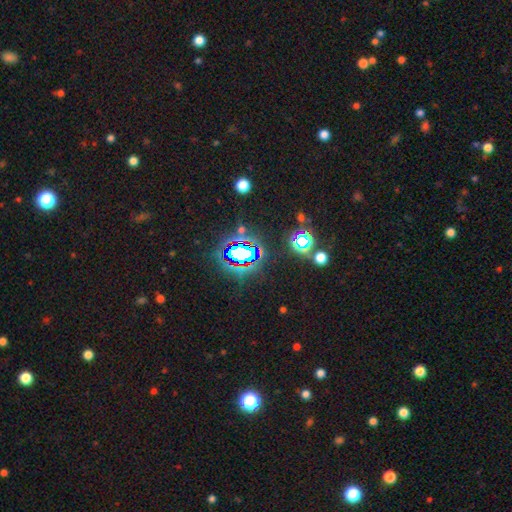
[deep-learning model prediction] This appears to be a star or artifact, not a galaxy (80%).